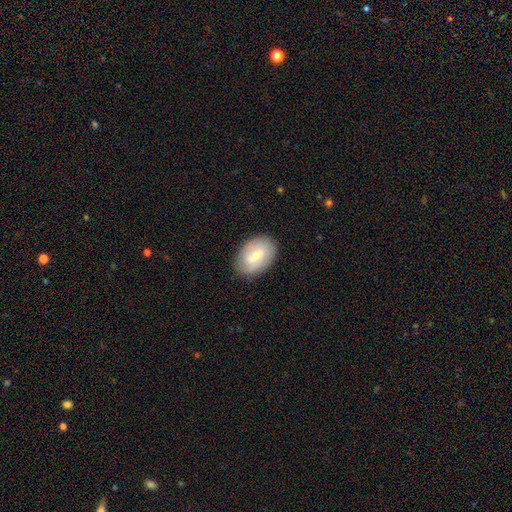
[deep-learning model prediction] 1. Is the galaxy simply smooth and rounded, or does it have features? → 49% smooth, 44% featured or disk, 6% star or artifact.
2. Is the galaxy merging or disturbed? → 84% none, 12% minor disturbance, 3% major disturbance, 1% merger.